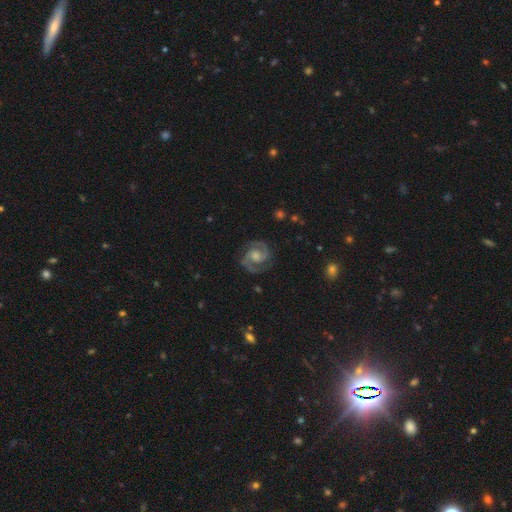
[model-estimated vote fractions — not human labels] featured or disk 92%, star or artifact 5%, smooth 4%. Down the decision tree: edge-on disk — no (98%); bar — no (50%); spiral arms — yes (98%); spiral arm count — 2 (92%); spiral winding — medium (52%); bulge size — moderate (53%); merging — none (84%).